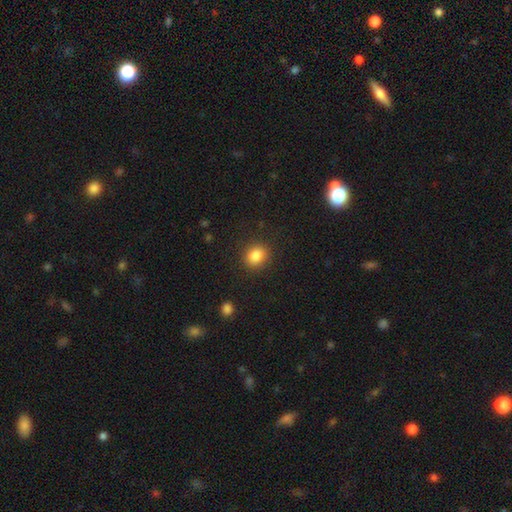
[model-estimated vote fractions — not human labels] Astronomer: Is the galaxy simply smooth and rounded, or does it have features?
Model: smooth — 85%.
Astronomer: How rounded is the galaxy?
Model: round — 72%.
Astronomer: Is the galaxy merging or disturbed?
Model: none — 89%.